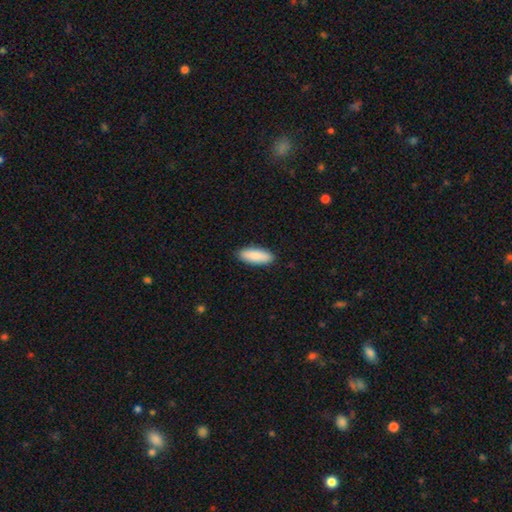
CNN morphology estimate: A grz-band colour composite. It shows a smooth galaxy with no disk features (90%) that is in between round and cigar-shaped (71%). Merging: none (90%).